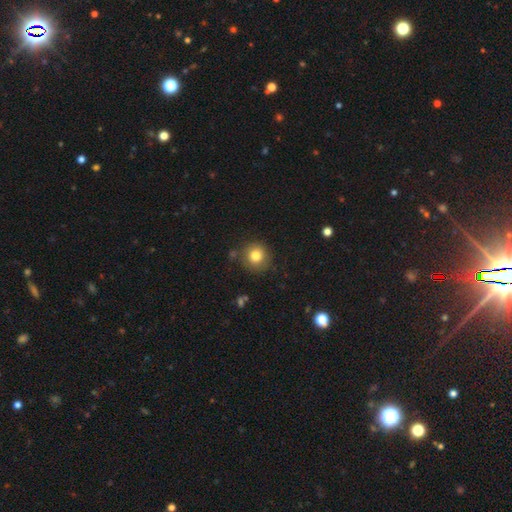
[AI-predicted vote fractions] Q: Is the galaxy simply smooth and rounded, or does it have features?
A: smooth — 81%.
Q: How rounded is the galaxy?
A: round — 91%.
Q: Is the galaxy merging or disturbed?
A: none — 81%.